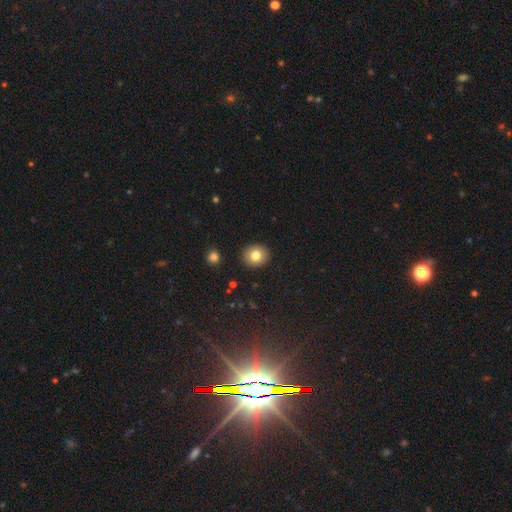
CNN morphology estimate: Smooth or featured? smooth (80%)
How rounded? round (79%)
Merging? none (91%)